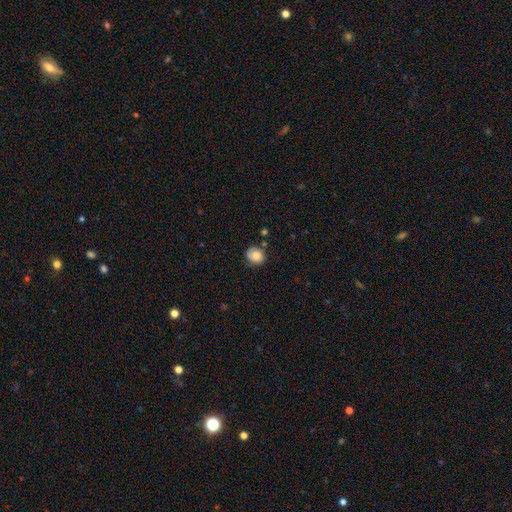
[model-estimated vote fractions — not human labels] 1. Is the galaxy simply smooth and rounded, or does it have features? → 80% smooth, 11% featured or disk, 9% star or artifact.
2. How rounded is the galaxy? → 75% round, 24% in between, 1% cigar-shaped.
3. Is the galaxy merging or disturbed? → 73% none, 20% minor disturbance, 4% major disturbance, 4% merger.